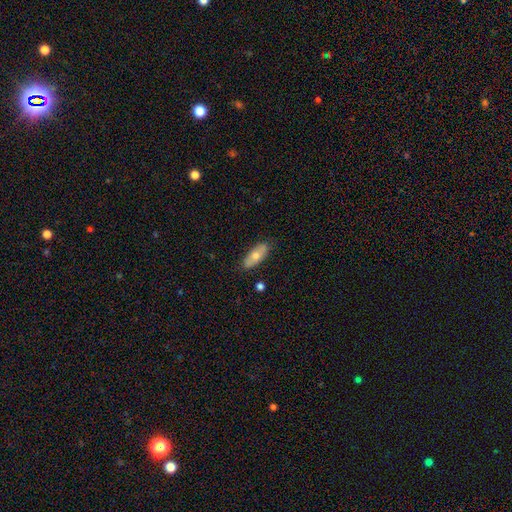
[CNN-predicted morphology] Smooth or featured? Predicted: smooth (p=0.62). How rounded? Predicted: in between (p=0.79). Merging? Predicted: none (p=0.85).